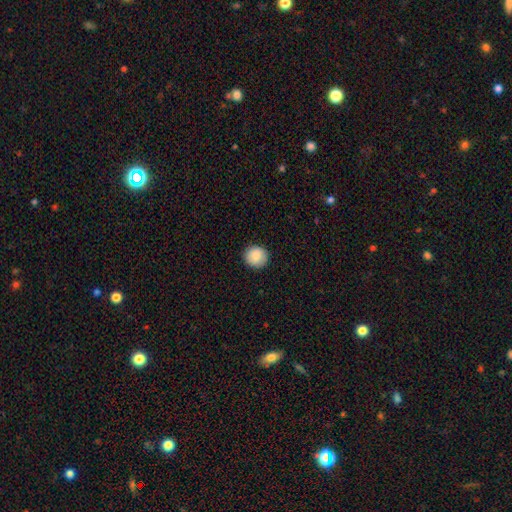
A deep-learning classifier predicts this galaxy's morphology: A smooth galaxy with no disk features (88%) that is round (92%).

Vote fractions:
- Smooth or featured? smooth: 88% / star or artifact: 7% / featured or disk: 5%
- How rounded? round: 92% / in between: 7% / cigar-shaped: 1%
- Merging? none: 90% / minor disturbance: 7% / major disturbance: 2% / merger: 1%